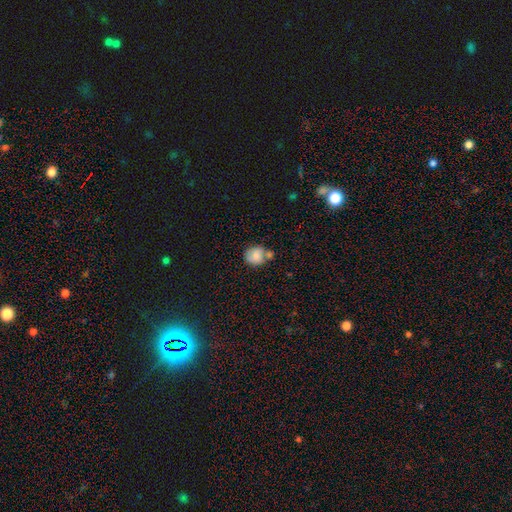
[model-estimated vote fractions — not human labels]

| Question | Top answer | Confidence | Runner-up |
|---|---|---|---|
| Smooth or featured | smooth | 80% | featured or disk (11%) |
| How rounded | round | 77% | in between (22%) |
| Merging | none | 53% | merger (27%) |